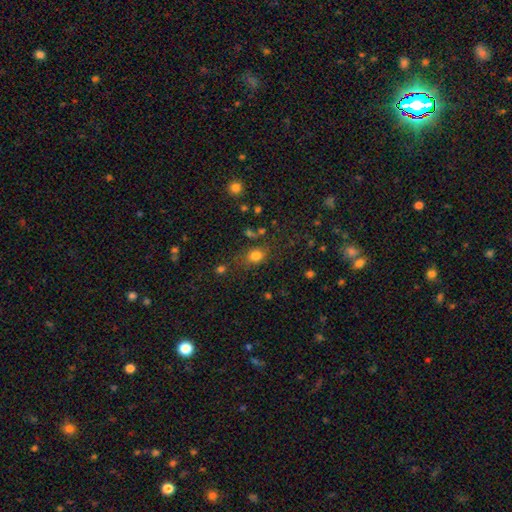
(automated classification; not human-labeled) Smooth or featured: smooth — 78% (star or artifact — 15%)
How rounded: round — 50% (in between — 48%)
Merging: none — 69% (minor disturbance — 17%)